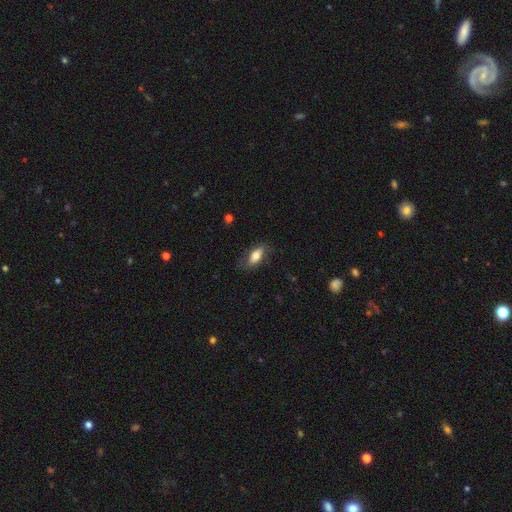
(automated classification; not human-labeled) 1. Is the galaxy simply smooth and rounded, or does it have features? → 69% smooth, 24% featured or disk, 7% star or artifact.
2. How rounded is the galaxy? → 80% in between, 17% cigar-shaped, 4% round.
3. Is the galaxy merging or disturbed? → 69% none, 21% minor disturbance, 8% major disturbance, 1% merger.